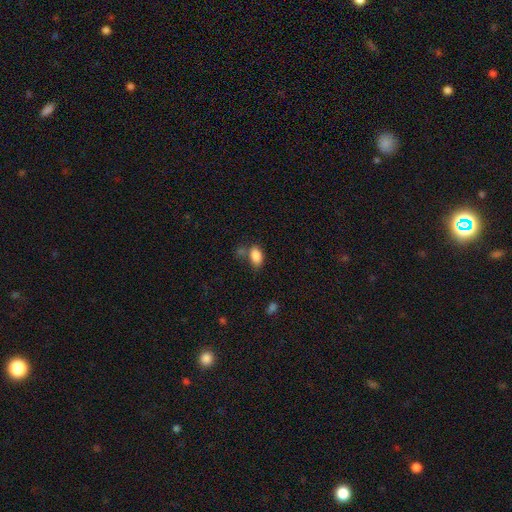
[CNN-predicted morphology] Overall: smooth (85%). How rounded: in between (89%). Merging: none (55%; minor disturbance 21%).